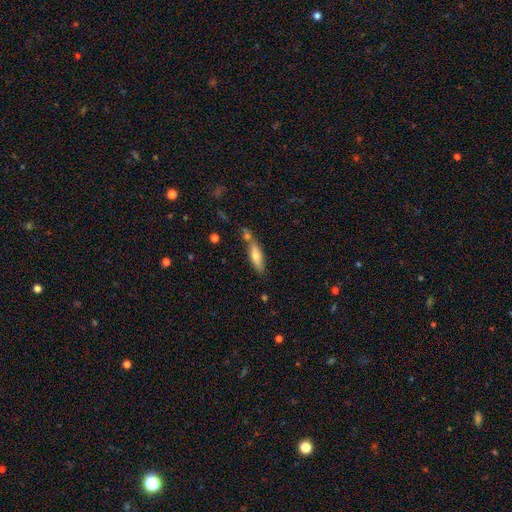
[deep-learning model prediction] Smooth or featured? smooth (64%)
How rounded? cigar-shaped (58%)
Merging? none (55%)